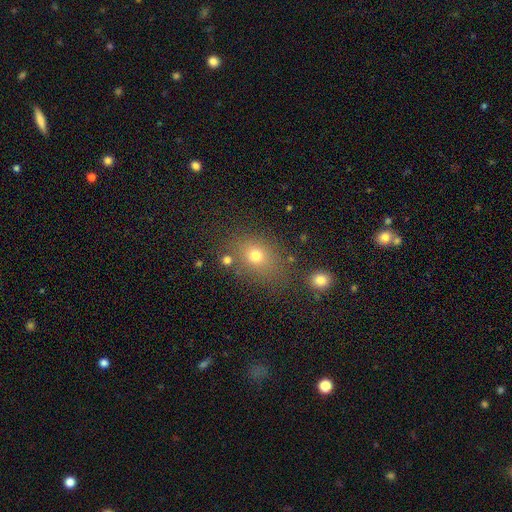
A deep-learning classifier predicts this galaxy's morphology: Smooth or featured? smooth (71%)
How rounded? in between (54%)
Merging? none (74%)